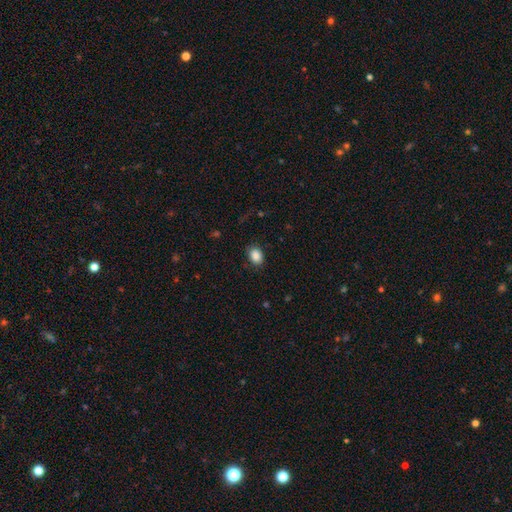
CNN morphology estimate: type=smooth (88%); roundness=in between (70%); merging=none (84%).